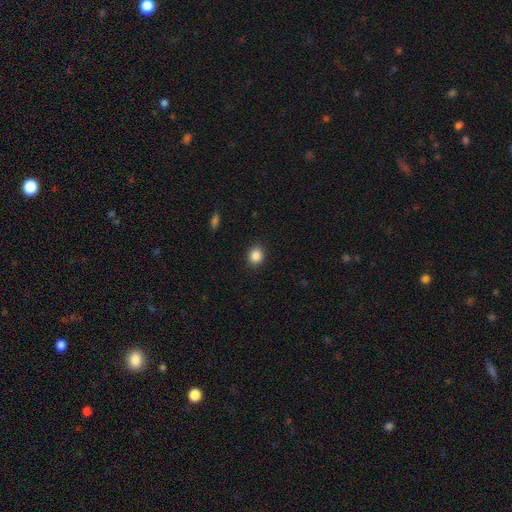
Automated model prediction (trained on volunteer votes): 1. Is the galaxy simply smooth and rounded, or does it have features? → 86% smooth, 10% star or artifact, 4% featured or disk.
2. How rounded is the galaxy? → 72% round, 27% in between, 1% cigar-shaped.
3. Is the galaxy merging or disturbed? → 89% none, 8% minor disturbance, 2% major disturbance, 1% merger.